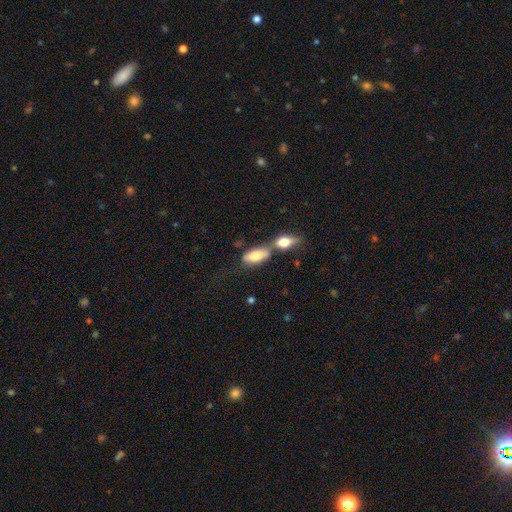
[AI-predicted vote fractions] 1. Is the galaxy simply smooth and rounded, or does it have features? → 74% smooth, 18% featured or disk, 7% star or artifact.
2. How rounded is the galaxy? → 85% in between, 12% cigar-shaped, 4% round.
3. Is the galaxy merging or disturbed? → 54% merger, 29% none, 11% minor disturbance, 6% major disturbance.